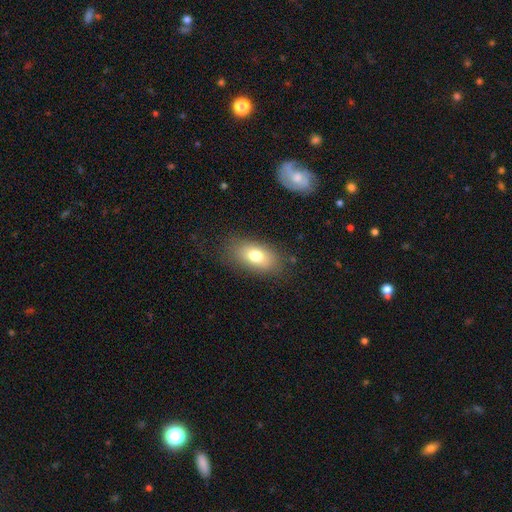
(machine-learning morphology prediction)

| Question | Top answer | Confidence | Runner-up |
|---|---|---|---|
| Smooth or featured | smooth | 74% | featured or disk (16%) |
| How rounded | in between | 87% | round (10%) |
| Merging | none | 81% | minor disturbance (12%) |